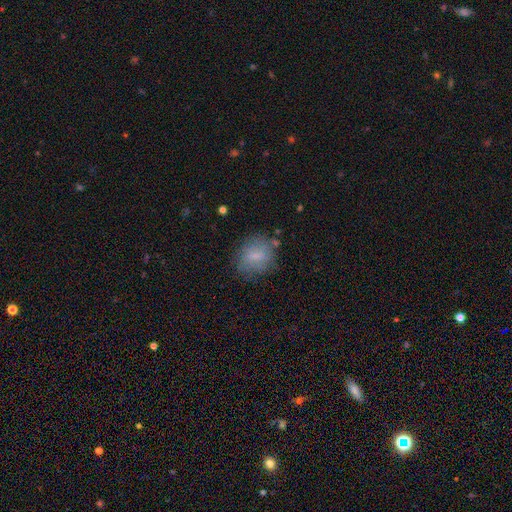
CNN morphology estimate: smooth 68%, featured or disk 22%, star or artifact 10%. Down the decision tree: how rounded — round (52%); merging — none (70%).